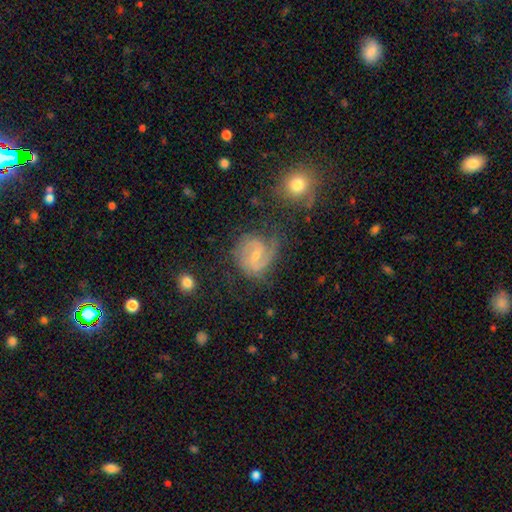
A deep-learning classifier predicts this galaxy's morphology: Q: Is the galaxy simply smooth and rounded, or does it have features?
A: featured or disk — 80%.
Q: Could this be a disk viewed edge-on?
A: no — 98%.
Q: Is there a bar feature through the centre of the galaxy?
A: weak — 55%.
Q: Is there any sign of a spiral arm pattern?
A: yes — 95%.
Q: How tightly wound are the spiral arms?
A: medium — 47%.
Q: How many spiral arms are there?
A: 2 — 66%.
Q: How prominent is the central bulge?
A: small — 55%.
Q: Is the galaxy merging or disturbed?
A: none — 58%.